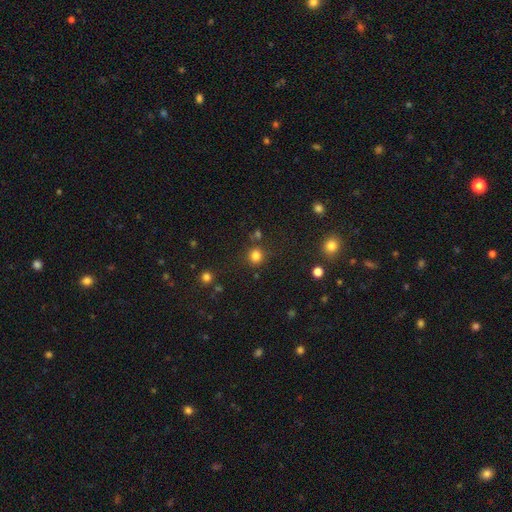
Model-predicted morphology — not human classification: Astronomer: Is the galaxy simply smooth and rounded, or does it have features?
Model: smooth — 80%.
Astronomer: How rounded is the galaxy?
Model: round — 89%.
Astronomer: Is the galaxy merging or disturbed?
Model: none — 81%.